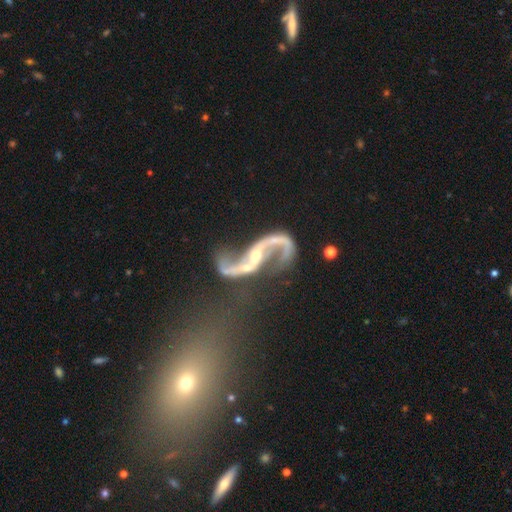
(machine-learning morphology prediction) smooth_or_featured: featured or disk (p=0.93) [alt: star or artifact p=0.05]
disk_edge_on: no (p=0.97) [alt: yes p=0.03]
bar: no (p=0.45) [alt: weak p=0.32]
has_spiral_arms: yes (p=0.97) [alt: no p=0.03]
spiral_winding: loose (p=0.83) [alt: medium p=0.13]
spiral_arm_count: 2 (p=0.94) [alt: 1 p=0.02]
bulge_size: small (p=0.68) [alt: moderate p=0.25]
merging: none (p=0.47) [alt: merger p=0.18]